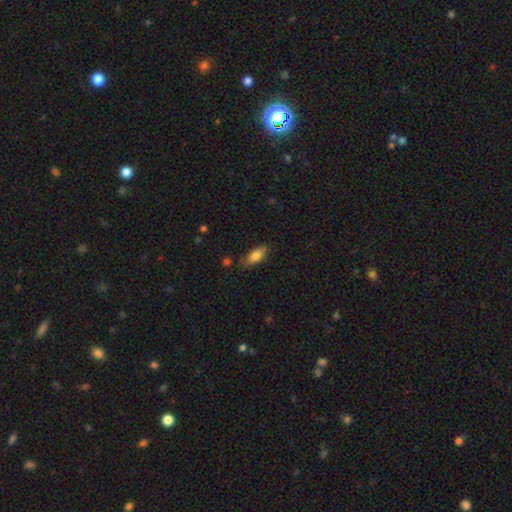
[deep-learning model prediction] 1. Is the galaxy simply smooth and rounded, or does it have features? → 79% smooth, 14% featured or disk, 7% star or artifact.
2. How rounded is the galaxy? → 76% in between, 22% cigar-shaped, 3% round.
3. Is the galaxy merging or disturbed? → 78% none, 16% minor disturbance, 4% major disturbance, 2% merger.